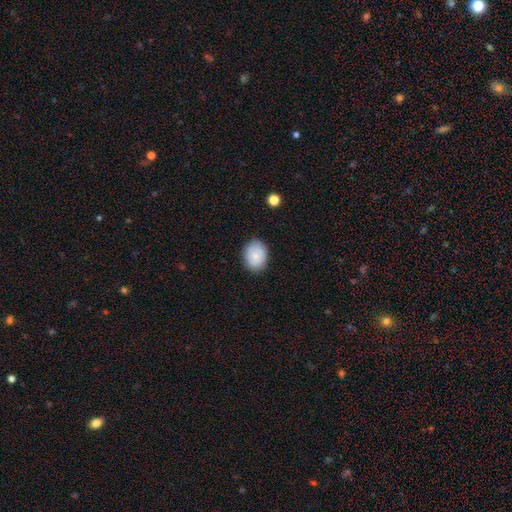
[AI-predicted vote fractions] Smooth or featured? smooth (77%)
How rounded? in between (51%)
Merging? none (83%)